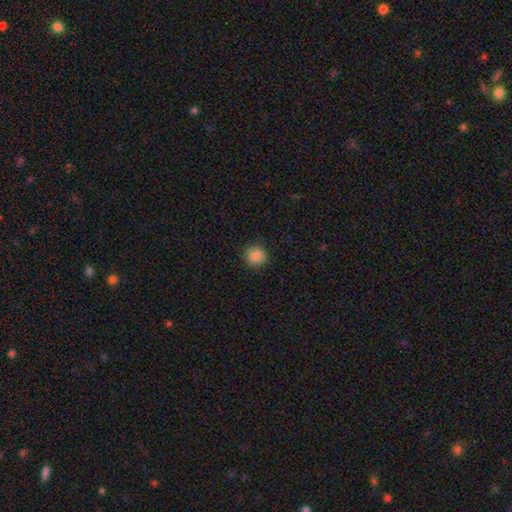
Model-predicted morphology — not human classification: A smooth galaxy with no disk features (86%) that is round (93%).

Vote fractions:
- Smooth or featured? smooth: 86% / star or artifact: 10% / featured or disk: 3%
- How rounded? round: 93% / in between: 7% / cigar-shaped: 1%
- Merging? none: 90% / minor disturbance: 7% / major disturbance: 2% / merger: 1%